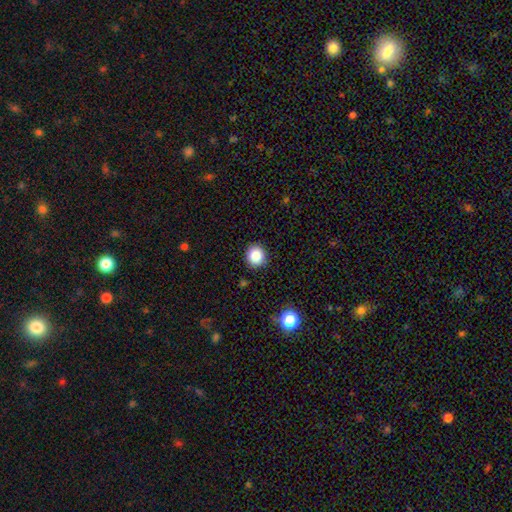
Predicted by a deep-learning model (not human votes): smooth 86%, star or artifact 10%, featured or disk 4%. Down the decision tree: how rounded — round (91%); merging — none (90%).